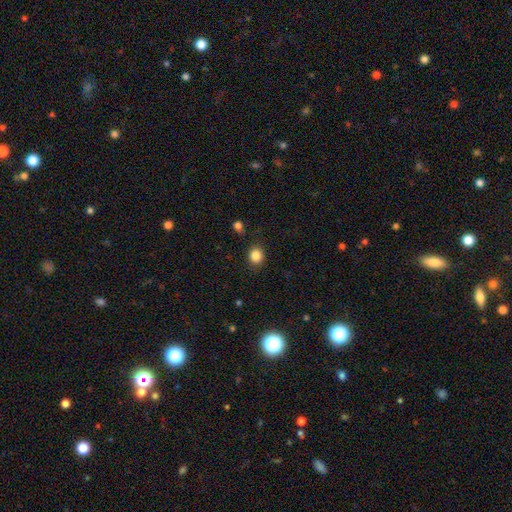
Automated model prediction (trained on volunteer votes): smooth 85%, star or artifact 11%, featured or disk 4%. Down the decision tree: how rounded — round (75%); merging — none (86%).